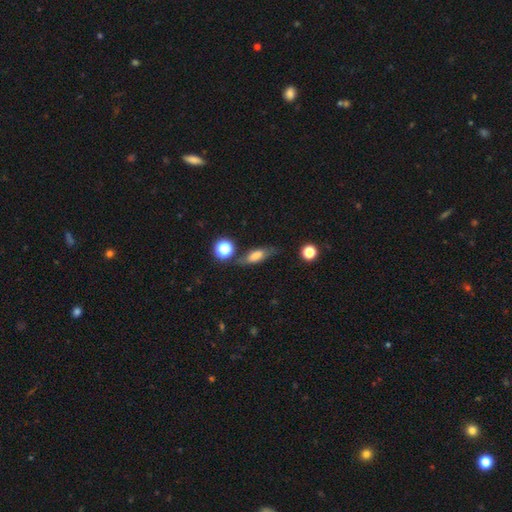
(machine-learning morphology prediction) A smooth galaxy with no disk features (59%) that is in between round and cigar-shaped (55%).

Vote fractions:
- Smooth or featured? smooth: 59% / featured or disk: 30% / star or artifact: 11%
- How rounded? in between: 55% / cigar-shaped: 37% / round: 8%
- Merging? none: 63% / minor disturbance: 22% / major disturbance: 8% / merger: 7%